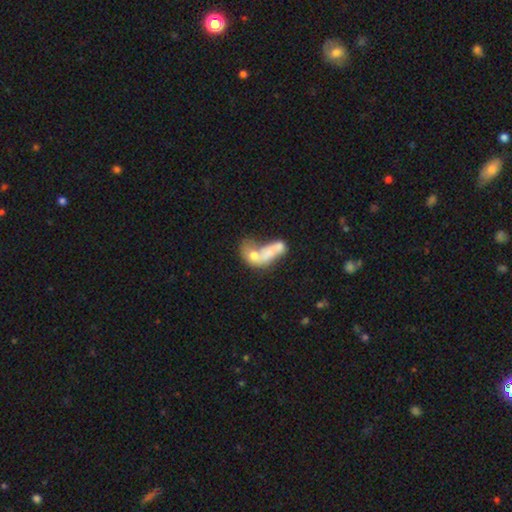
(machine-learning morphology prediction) Q: Smooth or featured?
A: smooth (53%); runner-up: featured or disk (37%)
Q: How rounded?
A: in between (74%); runner-up: round (15%)
Q: Merging?
A: merger (66%); runner-up: major disturbance (15%)